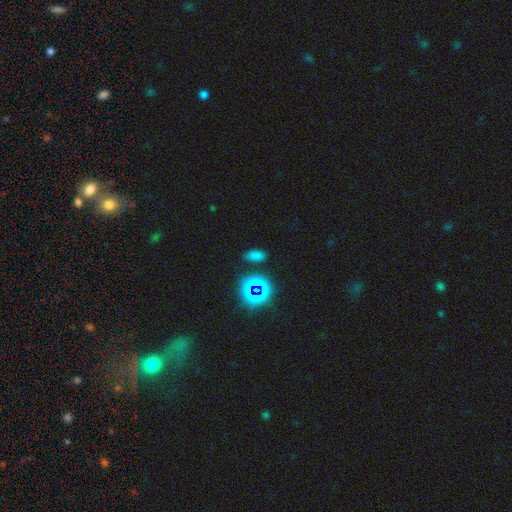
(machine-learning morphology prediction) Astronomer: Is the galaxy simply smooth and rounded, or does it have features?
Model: smooth — 63%.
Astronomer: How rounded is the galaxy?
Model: in between — 81%.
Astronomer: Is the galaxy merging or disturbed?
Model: none — 80%.